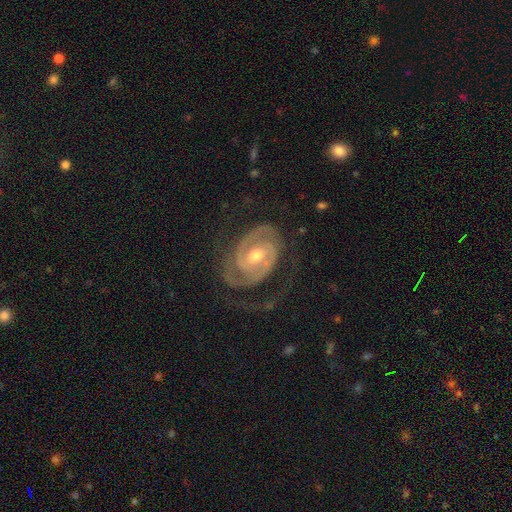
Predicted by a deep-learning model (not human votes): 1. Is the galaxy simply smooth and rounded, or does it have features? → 91% featured or disk, 5% smooth, 4% star or artifact.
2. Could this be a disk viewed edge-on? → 97% no, 3% yes.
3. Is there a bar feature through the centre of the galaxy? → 43% weak, 37% no, 20% strong.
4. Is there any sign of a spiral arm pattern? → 97% yes, 3% no.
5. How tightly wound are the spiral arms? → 61% tight, 31% medium, 8% loose.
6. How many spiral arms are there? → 80% 2, 7% can't tell, 6% 3, 4% 1, 2% 4, 2% more than 4.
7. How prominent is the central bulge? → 66% moderate, 29% small, 3% large, 1% none, 1% dominant.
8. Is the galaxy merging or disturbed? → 67% none, 16% minor disturbance, 16% major disturbance, 1% merger.